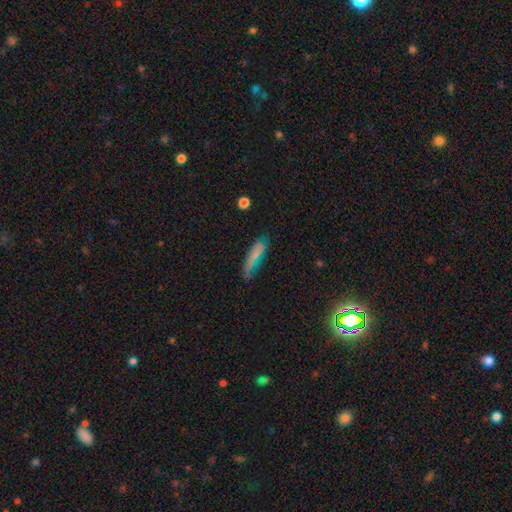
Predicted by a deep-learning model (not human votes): This appears to be a smooth galaxy with no disk features (61%) that is cigar-shaped (77%). Merging: none (60%).